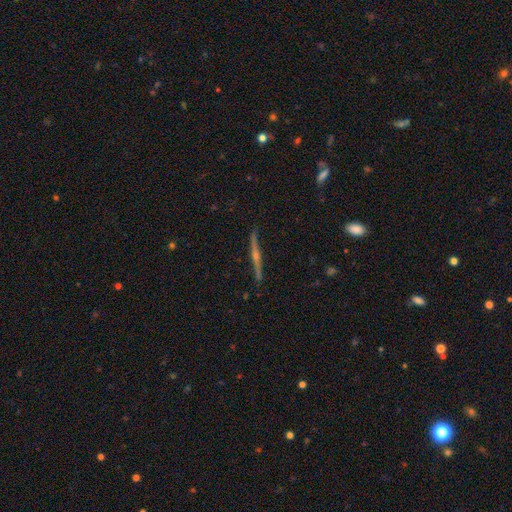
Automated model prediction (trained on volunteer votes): smooth_or_featured: featured or disk (p=0.83) [alt: smooth p=0.11]
disk_edge_on: yes (p=0.98) [alt: no p=0.02]
edge_on_bulge: rounded (p=0.85) [alt: none p=0.09]
merging: none (p=0.90) [alt: minor disturbance p=0.07]